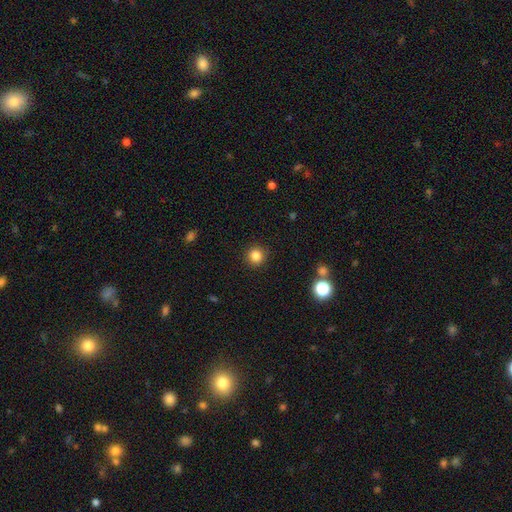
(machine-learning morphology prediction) This is clearly a smooth galaxy (85%). How rounded: clearly round (93%). Merging: clearly none (91%).